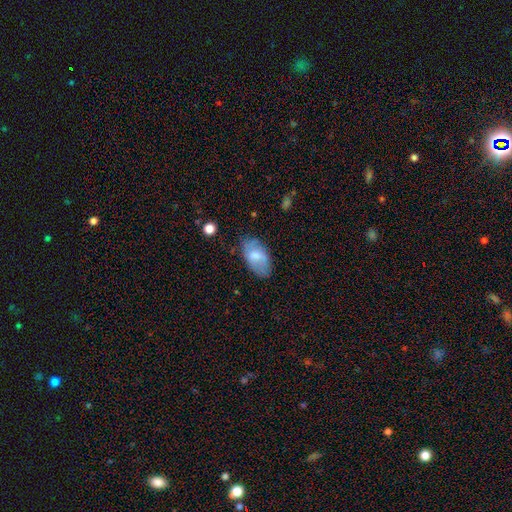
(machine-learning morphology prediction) type=smooth (66%); roundness=in between (94%); merging=none (70%).